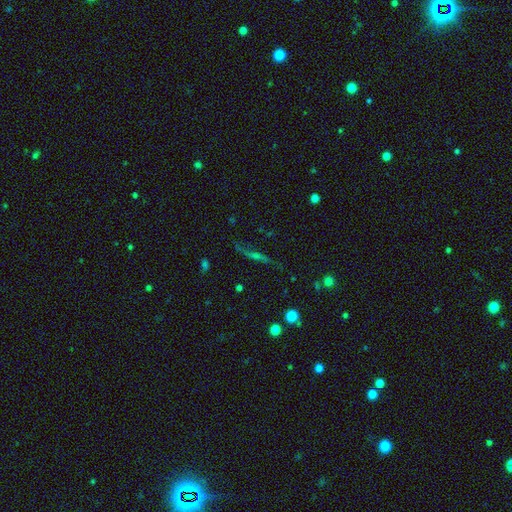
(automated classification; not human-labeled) smooth_or_featured: featured or disk (p=0.50) [alt: smooth p=0.26]
disk_edge_on: yes (p=0.66) [alt: no p=0.34]
merging: none (p=0.71) [alt: minor disturbance p=0.16]